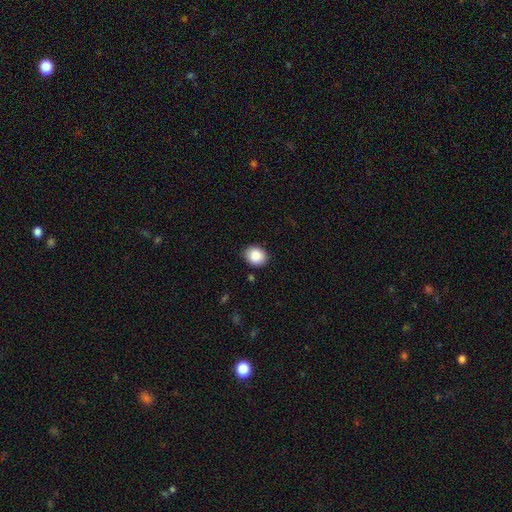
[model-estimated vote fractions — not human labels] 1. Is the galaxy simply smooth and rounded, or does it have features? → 87% smooth, 8% star or artifact, 5% featured or disk.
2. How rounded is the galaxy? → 60% round, 39% in between, 1% cigar-shaped.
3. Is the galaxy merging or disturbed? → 86% none, 10% minor disturbance, 2% major disturbance, 1% merger.